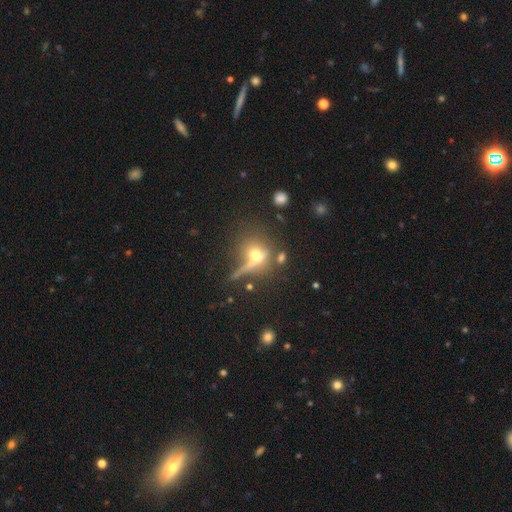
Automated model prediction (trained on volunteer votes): Overall: smooth (53%; featured or disk 27%). How rounded: round (73%). Merging: none (48%; major disturbance 19%).